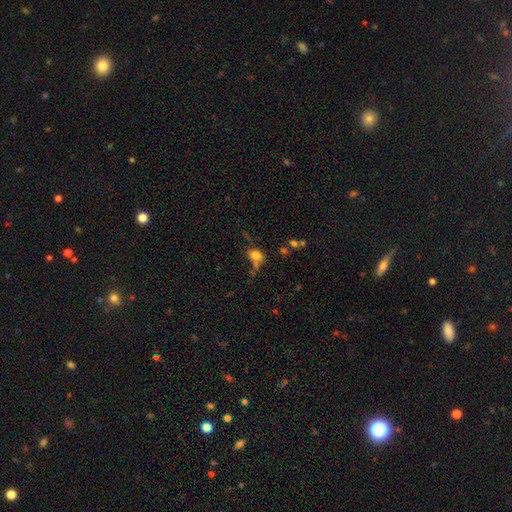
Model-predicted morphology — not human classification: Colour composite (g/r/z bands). It shows a smooth galaxy with no disk features (76%) that is in between round and cigar-shaped (54%). Merging: none (46%).